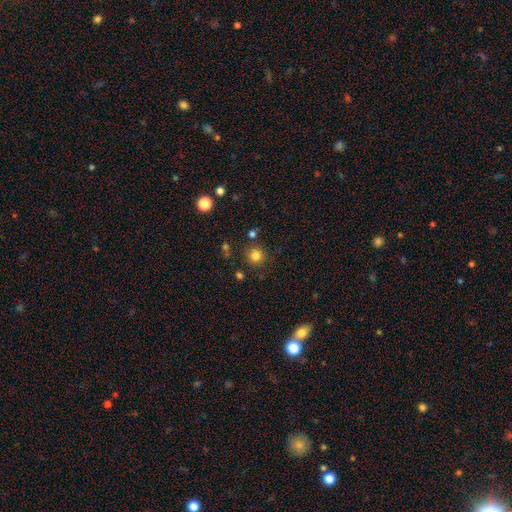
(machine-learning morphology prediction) Smooth or featured?
  - smooth: 81% *
  - star or artifact: 14%
  - featured or disk: 5%
How rounded?
  - round: 94% *
  - in between: 5%
  - cigar-shaped: 1%
Merging?
  - none: 87% *
  - minor disturbance: 7%
  - merger: 4%
  - major disturbance: 2%